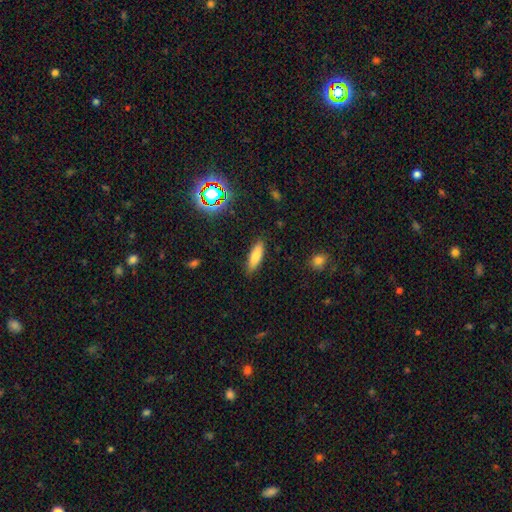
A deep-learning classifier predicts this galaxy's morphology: Q: Smooth or featured?
A: smooth (78%); runner-up: featured or disk (12%)
Q: How rounded?
A: cigar-shaped (51%); runner-up: in between (47%)
Q: Merging?
A: none (87%); runner-up: minor disturbance (10%)